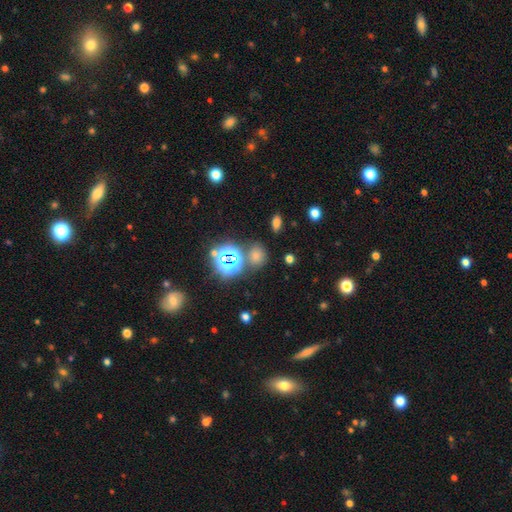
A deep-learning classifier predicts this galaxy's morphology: A smooth galaxy with no disk features (57%) that is round (60%).

Vote fractions:
- Smooth or featured? smooth: 57% / star or artifact: 37% / featured or disk: 7%
- How rounded? round: 60% / in between: 39% / cigar-shaped: 2%
- Merging? none: 74% / minor disturbance: 12% / merger: 10% / major disturbance: 5%